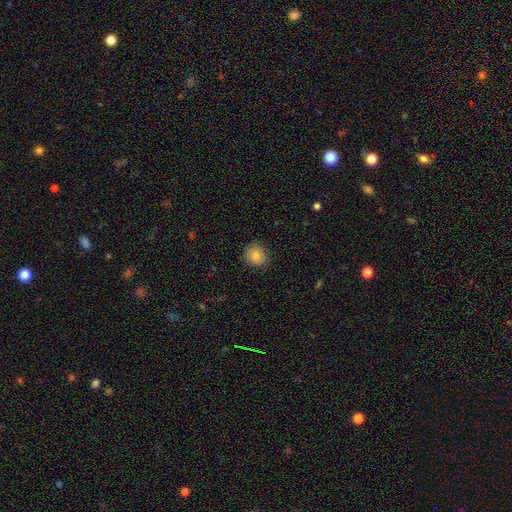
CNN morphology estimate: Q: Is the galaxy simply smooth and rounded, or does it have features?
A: smooth — 84%.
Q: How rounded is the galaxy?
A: round — 87%.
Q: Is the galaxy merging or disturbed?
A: none — 89%.